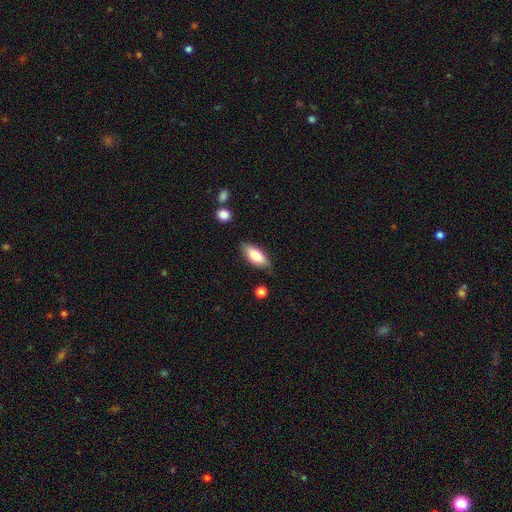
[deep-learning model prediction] Q: Smooth or featured?
A: smooth (80%); runner-up: featured or disk (14%)
Q: How rounded?
A: in between (82%); runner-up: cigar-shaped (15%)
Q: Merging?
A: none (78%); runner-up: minor disturbance (16%)